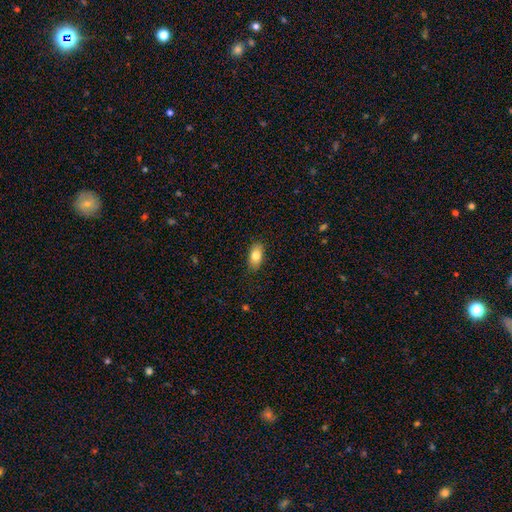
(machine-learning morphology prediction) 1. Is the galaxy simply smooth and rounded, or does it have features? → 82% smooth, 11% featured or disk, 7% star or artifact.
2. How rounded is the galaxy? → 90% in between, 6% round, 4% cigar-shaped.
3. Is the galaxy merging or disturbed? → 86% none, 10% minor disturbance, 2% major disturbance, 1% merger.